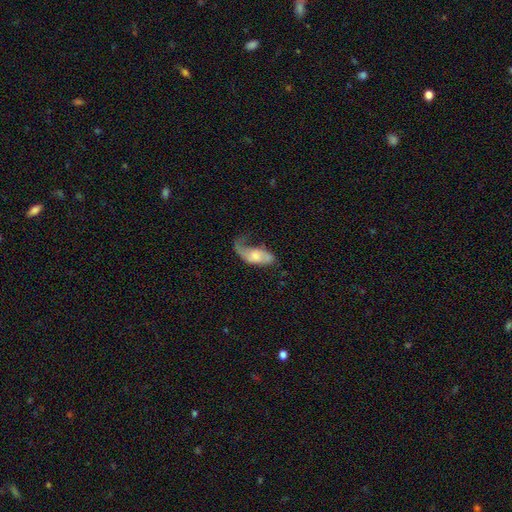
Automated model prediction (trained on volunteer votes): featured or disk 55%, smooth 38%, star or artifact 6%. Down the decision tree: edge-on disk — no (92%); bar — no (68%); spiral arms — yes (76%); bulge size — moderate (46%); merging — major disturbance (49%).